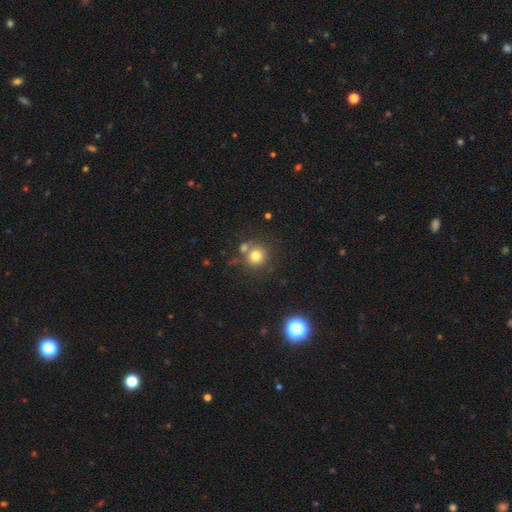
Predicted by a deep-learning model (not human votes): smooth 77%, star or artifact 13%, featured or disk 10%. Down the decision tree: how rounded — round (90%); merging — none (63%).